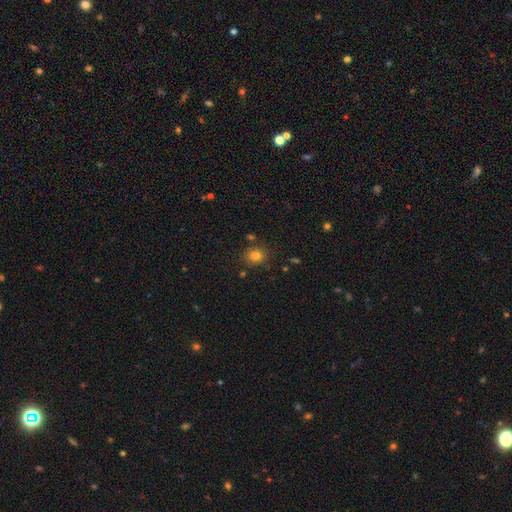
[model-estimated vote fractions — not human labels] smooth 79%, star or artifact 14%, featured or disk 7%. Down the decision tree: how rounded — round (74%); merging — none (84%).